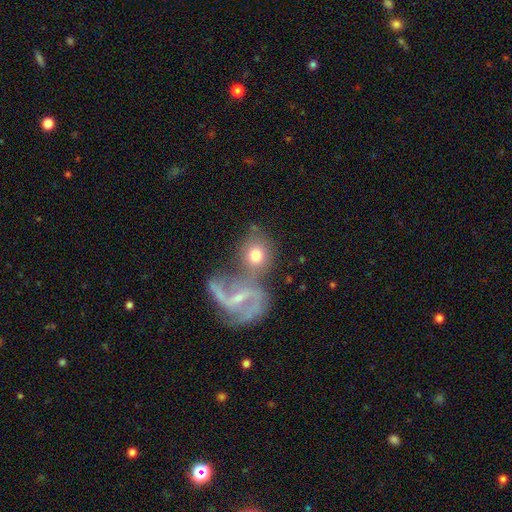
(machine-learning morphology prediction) The model was most divided on "merging": merger: 46%, none: 37%, minor disturbance: 10%, major disturbance: 7%. More confident: how rounded — round (70%); smooth or featured — smooth (53%).